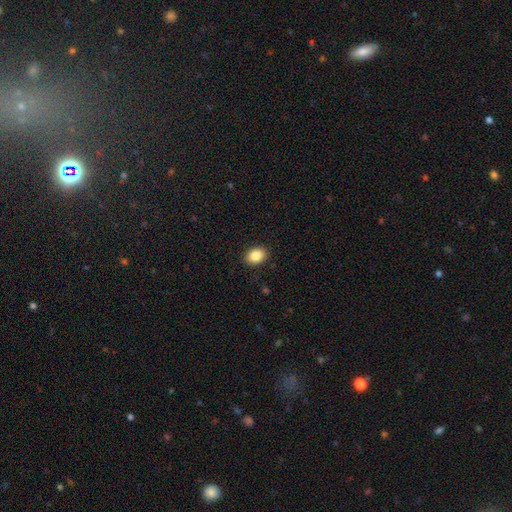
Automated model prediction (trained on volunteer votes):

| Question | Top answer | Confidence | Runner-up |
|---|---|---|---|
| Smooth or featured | smooth | 87% | star or artifact (8%) |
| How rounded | in between | 69% | round (30%) |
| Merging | none | 89% | minor disturbance (8%) |